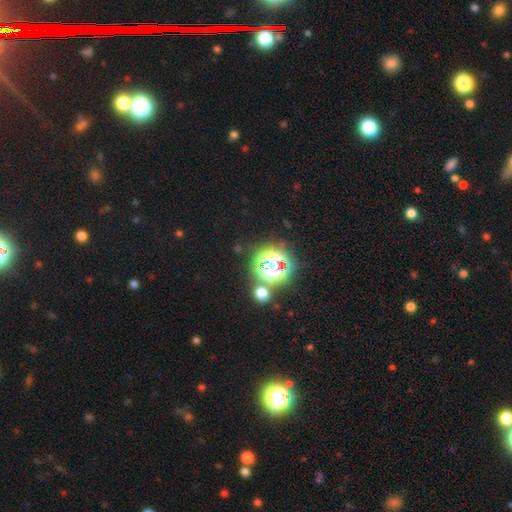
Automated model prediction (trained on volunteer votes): Morphology: type=star or artifact (78%).